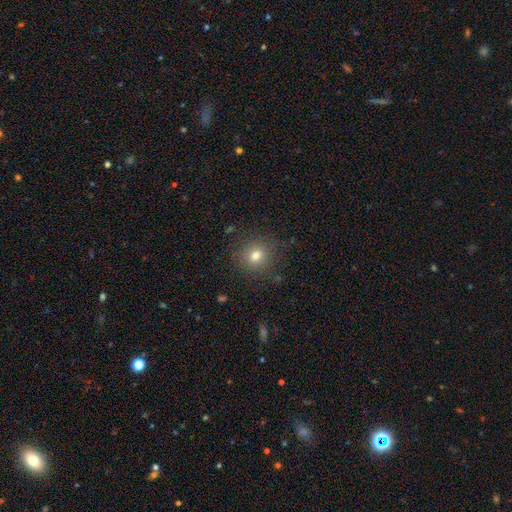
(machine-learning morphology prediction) smooth 77%, star or artifact 14%, featured or disk 9%. Down the decision tree: how rounded — round (83%); merging — none (85%).